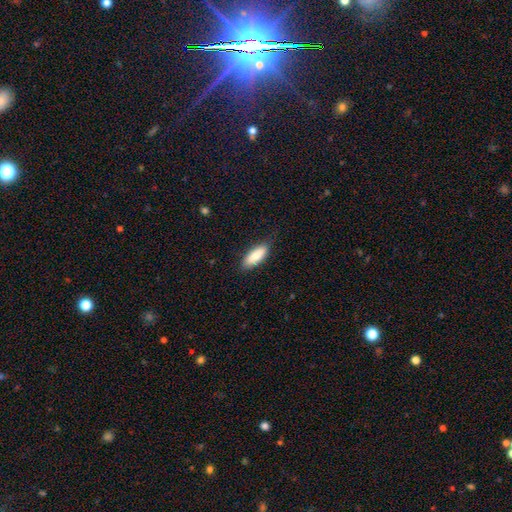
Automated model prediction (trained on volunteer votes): Smooth or featured? smooth (83%)
How rounded? in between (71%)
Merging? none (79%)